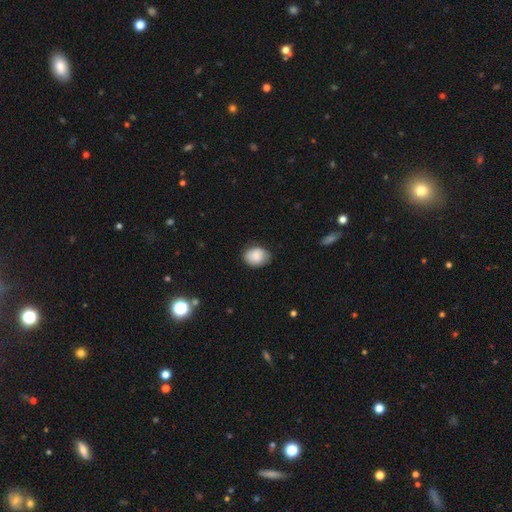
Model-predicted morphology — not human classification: Smooth or featured? Predicted: smooth (p=0.85). How rounded? Predicted: in between (p=0.58). Merging? Predicted: none (p=0.75).